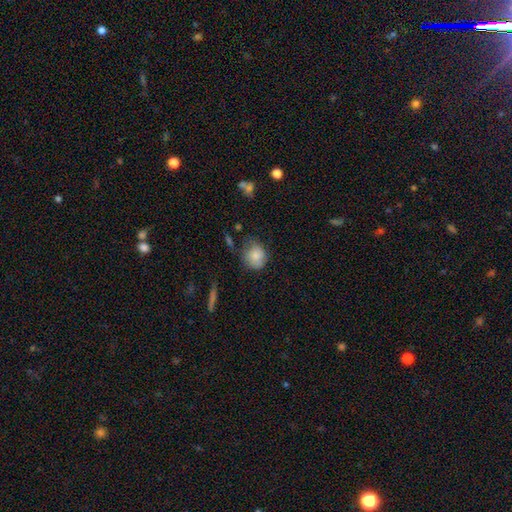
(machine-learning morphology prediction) A smooth galaxy with no disk features (81%) that is round (77%). Merging: none (59%).